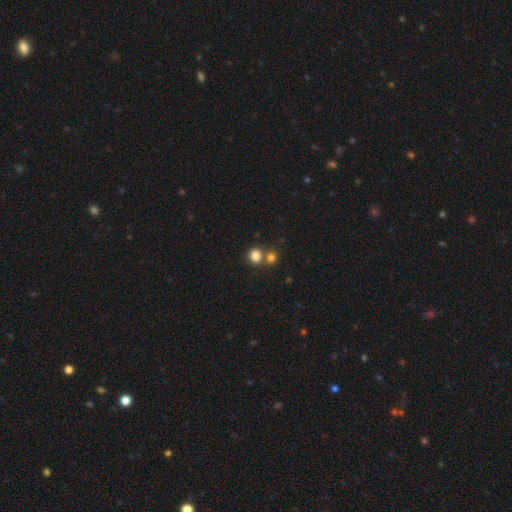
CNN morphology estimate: Smooth or featured? Predicted: smooth (p=0.83). How rounded? Predicted: round (p=0.72). Merging? Predicted: none (p=0.57).